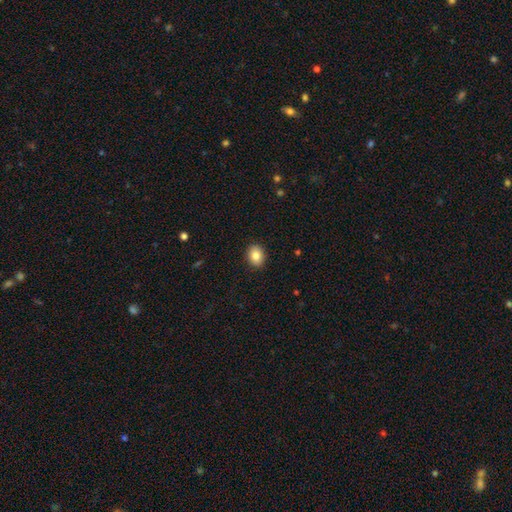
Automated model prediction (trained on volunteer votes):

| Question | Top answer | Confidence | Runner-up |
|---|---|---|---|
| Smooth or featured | smooth | 84% | star or artifact (8%) |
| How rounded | in between | 57% | round (42%) |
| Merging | none | 90% | minor disturbance (7%) |